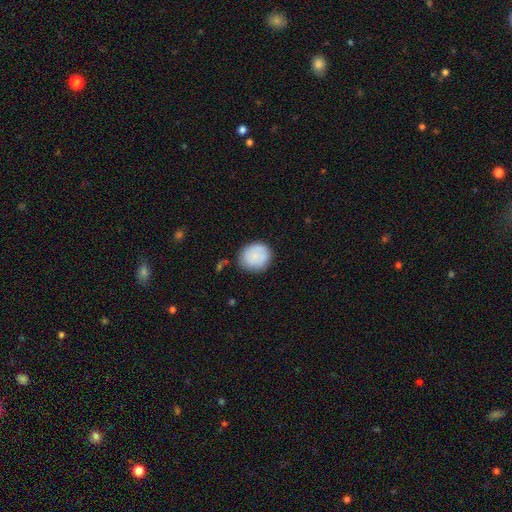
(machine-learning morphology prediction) A smooth galaxy with no disk features (80%) that is round (80%). Merging: none (77%).